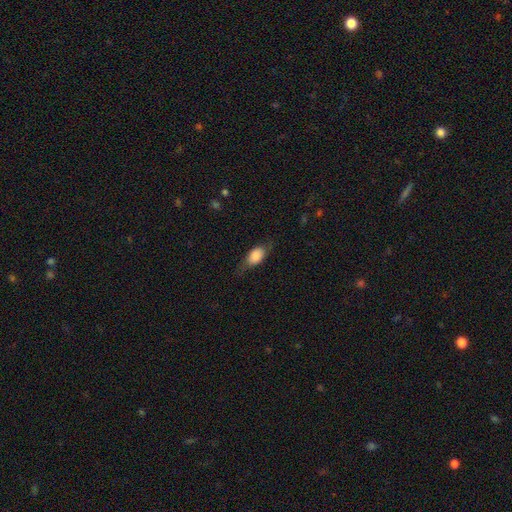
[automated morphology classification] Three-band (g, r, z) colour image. It shows a smooth galaxy with no disk features (74%) that is in between round and cigar-shaped (83%). Merging: none (64%).